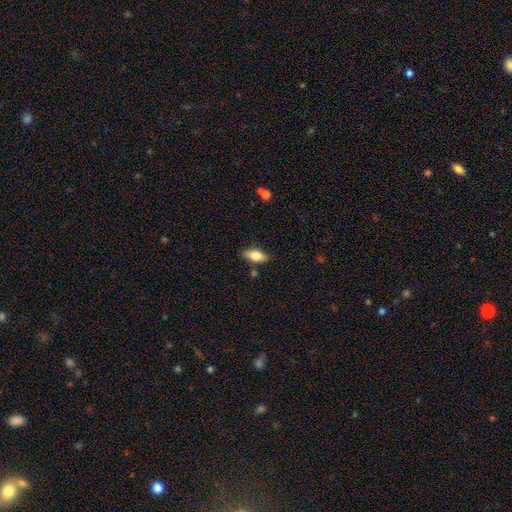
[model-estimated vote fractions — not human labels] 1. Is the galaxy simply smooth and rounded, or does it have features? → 73% smooth, 20% featured or disk, 7% star or artifact.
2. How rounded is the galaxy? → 85% in between, 11% cigar-shaped, 4% round.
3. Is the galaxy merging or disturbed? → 83% none, 12% minor disturbance, 3% merger, 2% major disturbance.